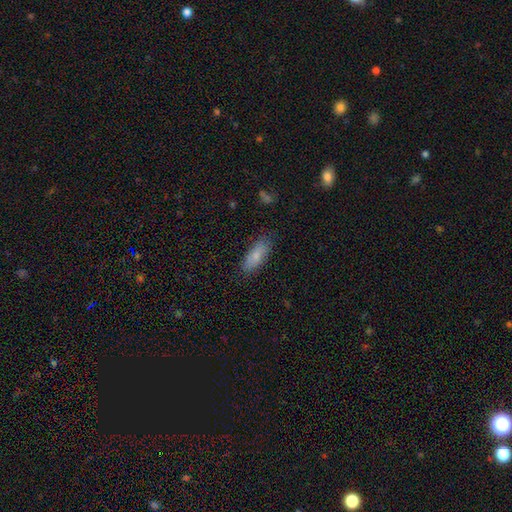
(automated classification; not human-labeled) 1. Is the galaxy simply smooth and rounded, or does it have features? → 79% smooth, 14% featured or disk, 7% star or artifact.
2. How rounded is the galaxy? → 68% in between, 30% cigar-shaped, 2% round.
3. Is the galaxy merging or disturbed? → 81% none, 15% minor disturbance, 3% major disturbance, 1% merger.